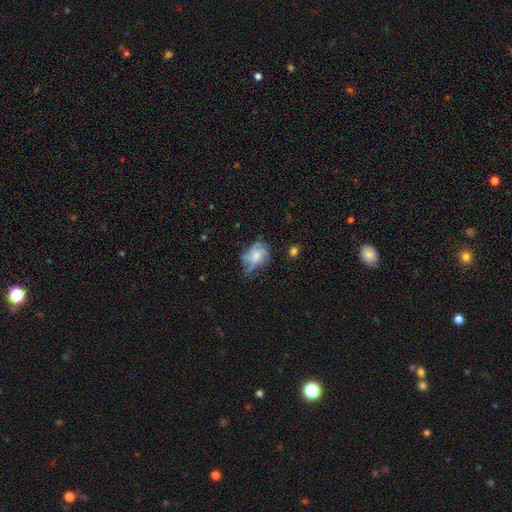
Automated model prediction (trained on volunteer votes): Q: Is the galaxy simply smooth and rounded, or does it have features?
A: featured or disk — 62%.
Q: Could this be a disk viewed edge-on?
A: no — 97%.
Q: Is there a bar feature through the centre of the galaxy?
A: no — 76%.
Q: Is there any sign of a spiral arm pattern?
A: yes — 86%.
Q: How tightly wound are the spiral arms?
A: medium — 42%.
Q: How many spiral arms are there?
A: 4 — 28%.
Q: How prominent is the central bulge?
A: moderate — 48%.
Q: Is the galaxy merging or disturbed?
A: none — 54%.